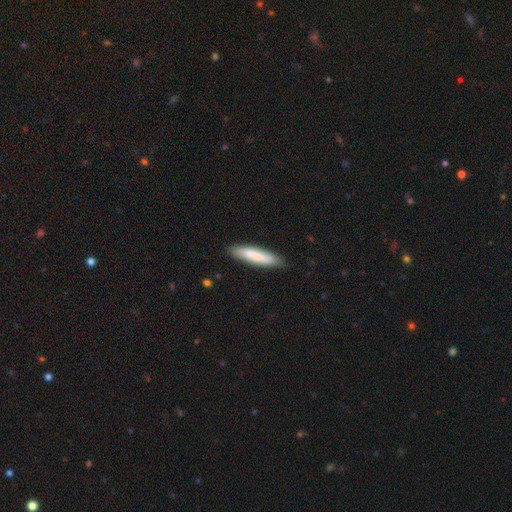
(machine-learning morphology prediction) Smooth or featured: smooth — 79% (featured or disk — 16%)
How rounded: cigar-shaped — 82% (in between — 16%)
Merging: none — 85% (minor disturbance — 12%)